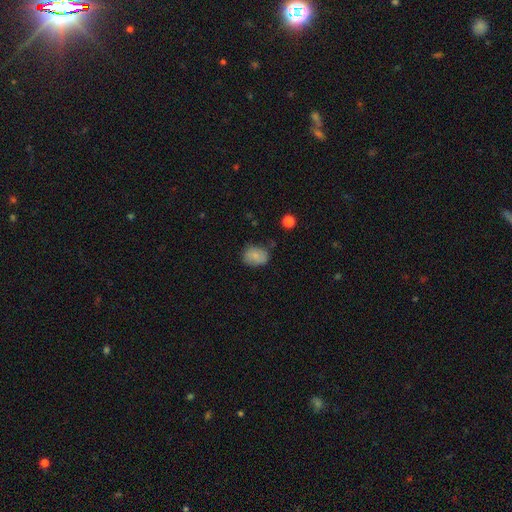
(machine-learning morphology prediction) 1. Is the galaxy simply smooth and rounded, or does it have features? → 79% smooth, 12% featured or disk, 9% star or artifact.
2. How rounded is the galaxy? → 65% in between, 34% round, 1% cigar-shaped.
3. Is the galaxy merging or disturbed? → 66% none, 25% minor disturbance, 6% major disturbance, 2% merger.